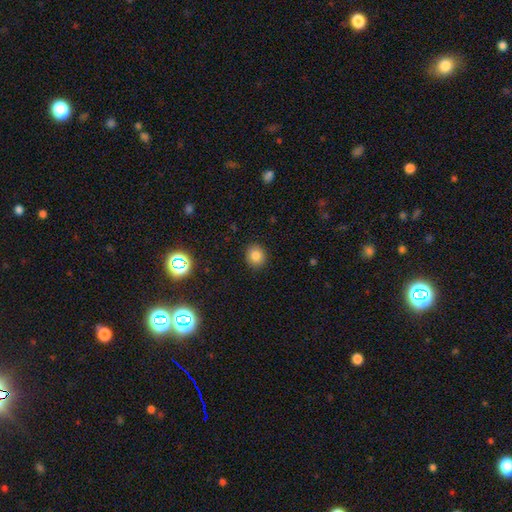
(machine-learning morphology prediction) Smooth or featured? Predicted: smooth (p=0.81). How rounded? Predicted: round (p=0.78). Merging? Predicted: none (p=0.91).